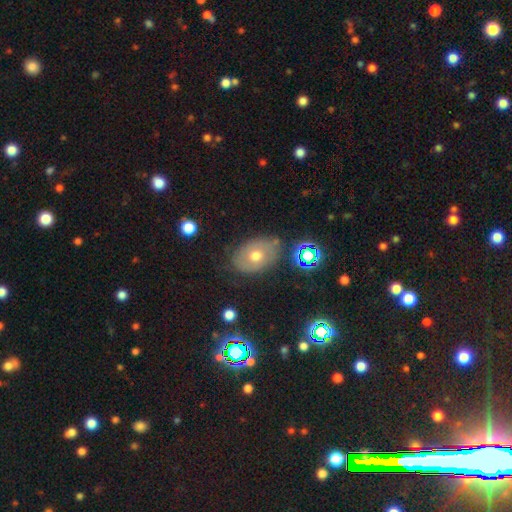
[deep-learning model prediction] The model was most divided on "smooth or featured": smooth: 48%, featured or disk: 36%, star or artifact: 16%. More confident: merging — none (77%).